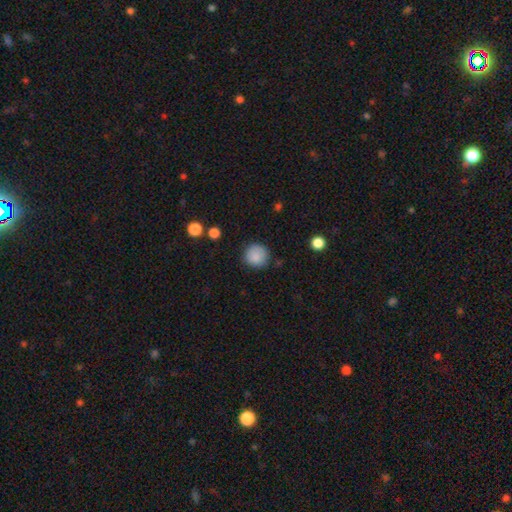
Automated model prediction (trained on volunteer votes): Morphology: type=smooth (87%); roundness=round (94%); merging=none (86%).